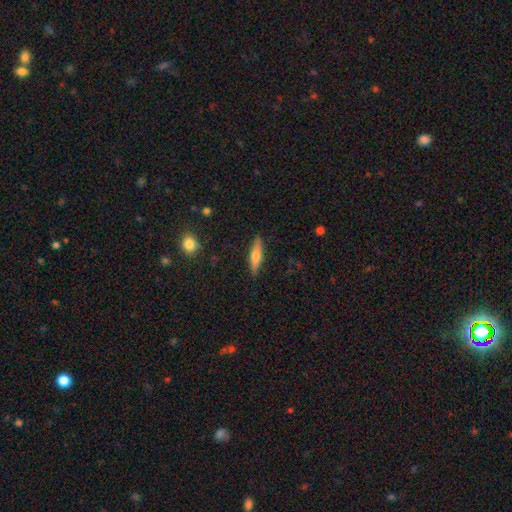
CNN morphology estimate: Smooth or featured: smooth — 52% (featured or disk — 42%)
How rounded: cigar-shaped — 75% (in between — 22%)
Merging: none — 88% (minor disturbance — 9%)